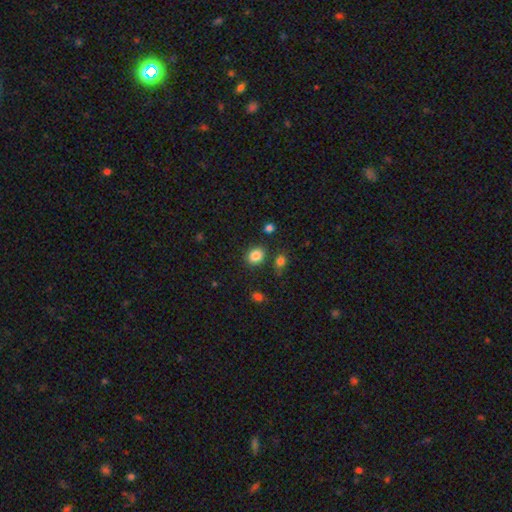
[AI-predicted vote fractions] smooth-or-featured: smooth: 85% | star or artifact: 10% | featured or disk: 5%
  how-rounded: round: 64% | in between: 35% | cigar-shaped: 1%
  merging: none: 82% | minor disturbance: 10% | merger: 5% | major disturbance: 3%